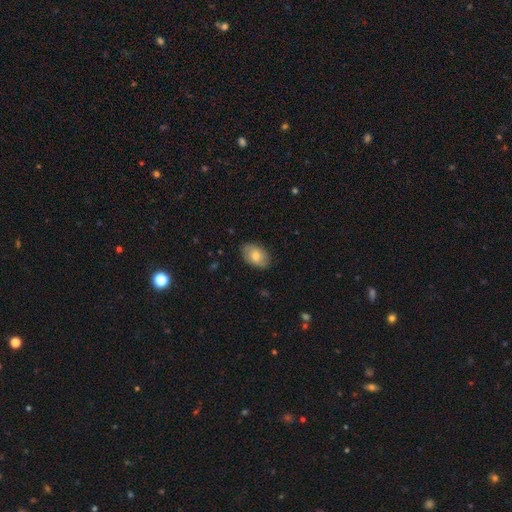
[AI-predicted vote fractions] A smooth galaxy with no disk features (70%) that is in between round and cigar-shaped (87%). Merging: none (82%).